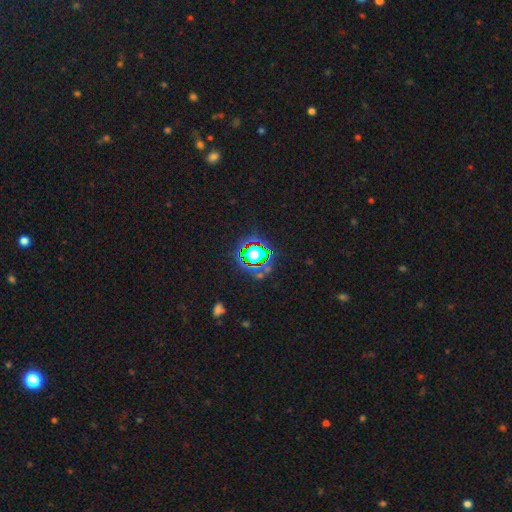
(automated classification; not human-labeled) A star or artifact, not a galaxy (79%).

Vote fractions:
- Smooth or featured? star or artifact: 79% / smooth: 13% / featured or disk: 8%